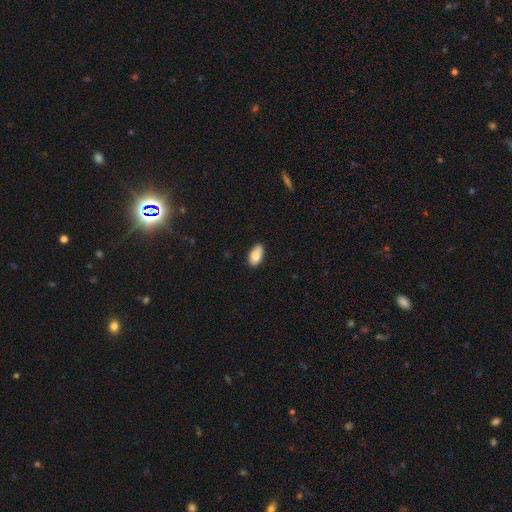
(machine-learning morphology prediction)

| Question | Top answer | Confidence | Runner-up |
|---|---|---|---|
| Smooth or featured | smooth | 83% | featured or disk (10%) |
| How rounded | in between | 93% | round (4%) |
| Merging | none | 78% | minor disturbance (18%) |